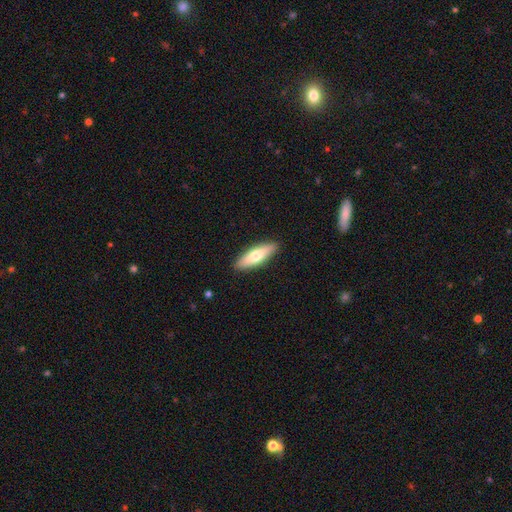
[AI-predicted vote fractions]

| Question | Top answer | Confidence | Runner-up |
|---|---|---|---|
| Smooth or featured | smooth | 67% | featured or disk (28%) |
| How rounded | cigar-shaped | 51% | in between (47%) |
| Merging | none | 90% | minor disturbance (8%) |